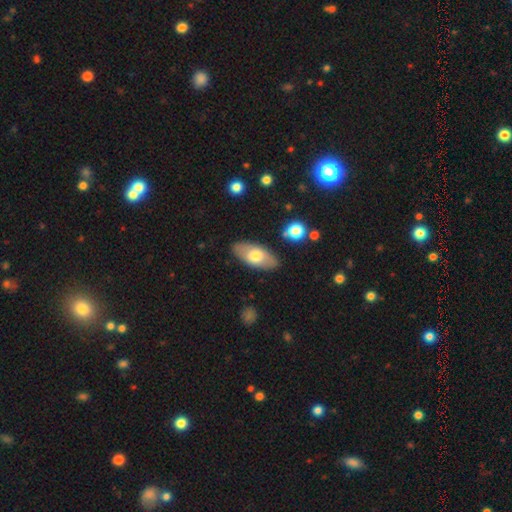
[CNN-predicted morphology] type=smooth (65%); roundness=in between (89%); merging=none (85%).